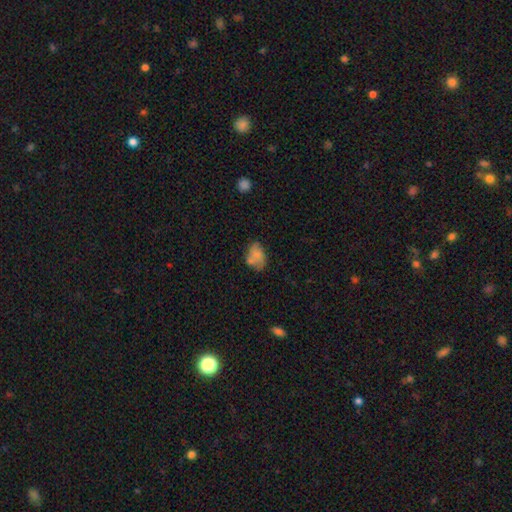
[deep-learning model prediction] smooth-or-featured: smooth: 66% | featured or disk: 24% | star or artifact: 10%
  how-rounded: in between: 81% | round: 18% | cigar-shaped: 1%
  merging: none: 45% | minor disturbance: 28% | major disturbance: 13% | merger: 13%